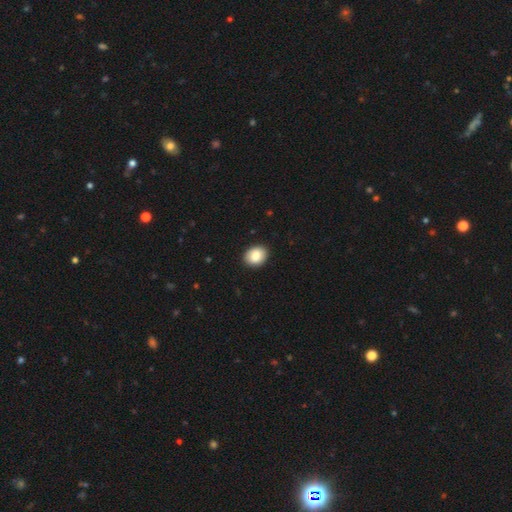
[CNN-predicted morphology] Q: Smooth or featured?
A: smooth (86%); runner-up: star or artifact (7%)
Q: How rounded?
A: in between (62%); runner-up: round (37%)
Q: Merging?
A: none (90%); runner-up: minor disturbance (7%)